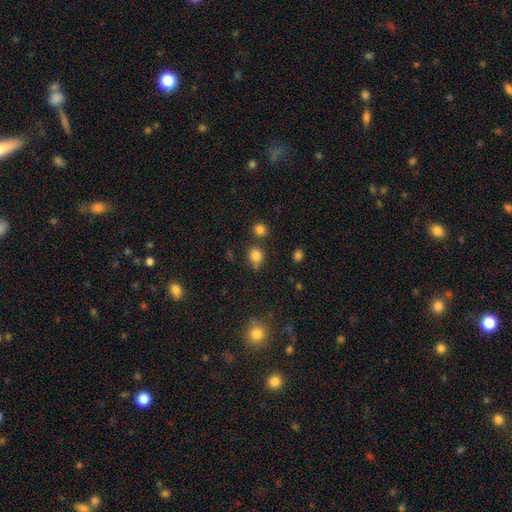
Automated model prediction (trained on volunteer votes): Smooth or featured: smooth — 81% (star or artifact — 14%)
How rounded: round — 83% (in between — 16%)
Merging: none — 69% (minor disturbance — 14%)